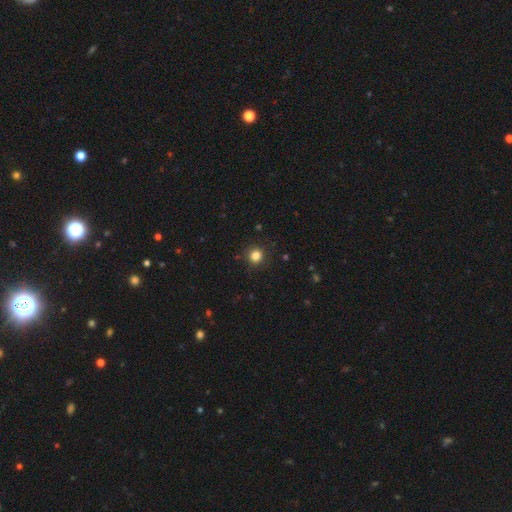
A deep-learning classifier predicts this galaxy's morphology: Smooth or featured? smooth (83%)
How rounded? round (92%)
Merging? none (89%)